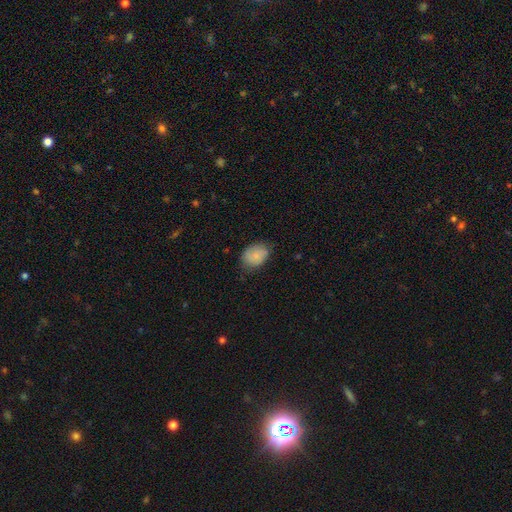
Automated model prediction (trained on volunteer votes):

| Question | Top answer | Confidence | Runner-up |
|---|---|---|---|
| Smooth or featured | smooth | 78% | featured or disk (15%) |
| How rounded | in between | 73% | round (26%) |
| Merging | none | 67% | minor disturbance (27%) |